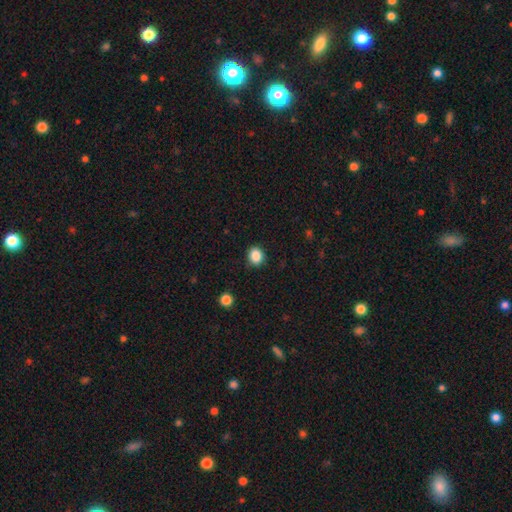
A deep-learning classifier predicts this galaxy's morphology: smooth_or_featured: smooth (p=0.86) [alt: star or artifact p=0.10]
how_rounded: round (p=0.71) [alt: in between p=0.28]
merging: none (p=0.89) [alt: minor disturbance p=0.08]